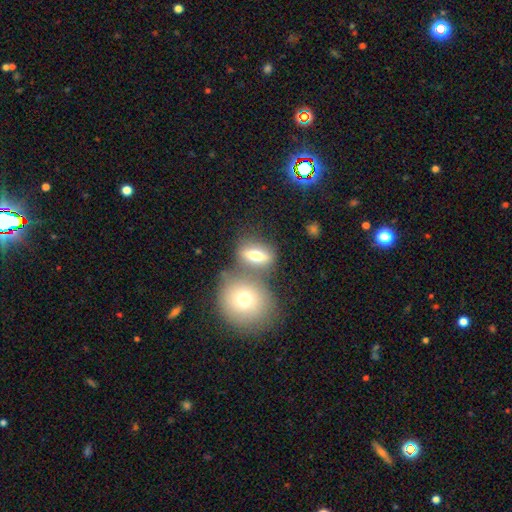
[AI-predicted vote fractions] Overall: smooth (57%; featured or disk 32%). How rounded: in between (59%; round 26%). Merging: none (56%; merger 27%).